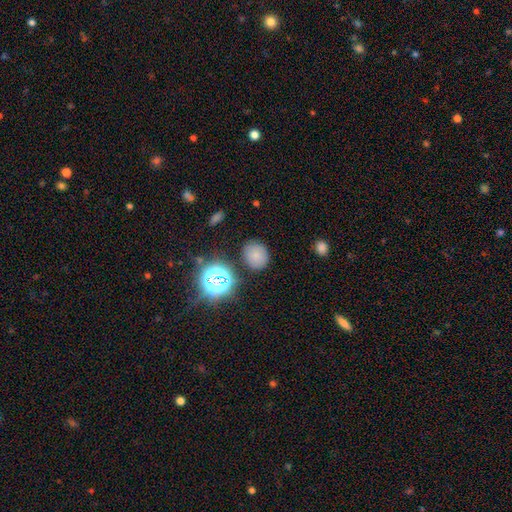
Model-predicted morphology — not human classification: smooth 72%, star or artifact 20%, featured or disk 8%. Down the decision tree: how rounded — round (69%); merging — none (80%).